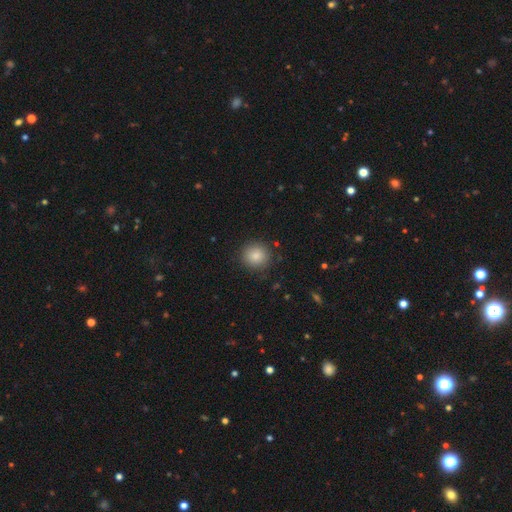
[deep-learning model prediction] smooth-or-featured: smooth: 85% | star or artifact: 10% | featured or disk: 5%
  how-rounded: round: 91% | in between: 8% | cigar-shaped: 1%
  merging: none: 88% | minor disturbance: 8% | major disturbance: 3% | merger: 1%